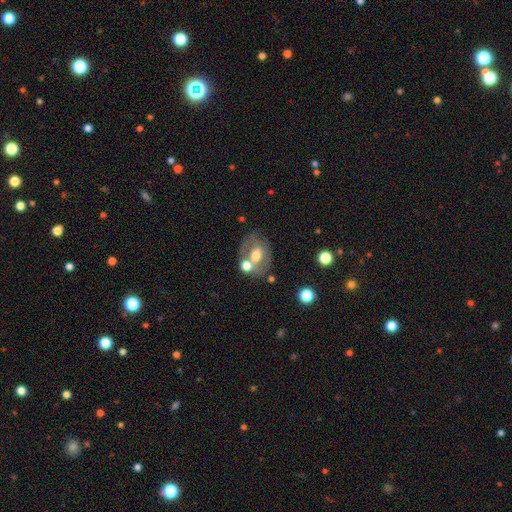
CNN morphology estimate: Q: Smooth or featured?
A: featured or disk (46%); runner-up: smooth (44%)
Q: Merging?
A: none (51%); runner-up: merger (24%)